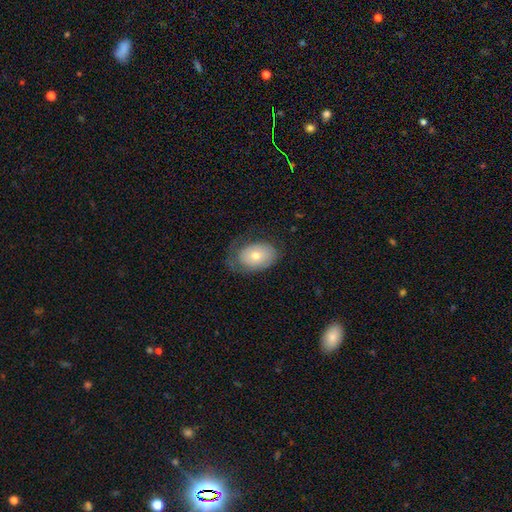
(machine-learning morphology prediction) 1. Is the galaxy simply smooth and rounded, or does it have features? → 60% smooth, 32% featured or disk, 8% star or artifact.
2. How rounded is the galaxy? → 81% in between, 18% round, 1% cigar-shaped.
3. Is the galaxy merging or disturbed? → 56% none, 27% minor disturbance, 16% major disturbance, 1% merger.